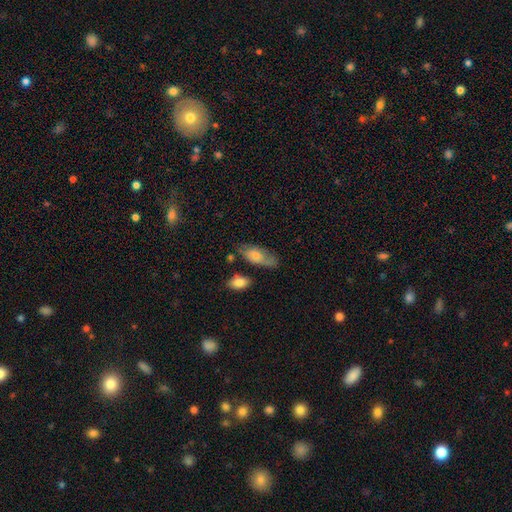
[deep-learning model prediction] Overall: smooth (69%). How rounded: in between (86%). Merging: none (54%; minor disturbance 29%).